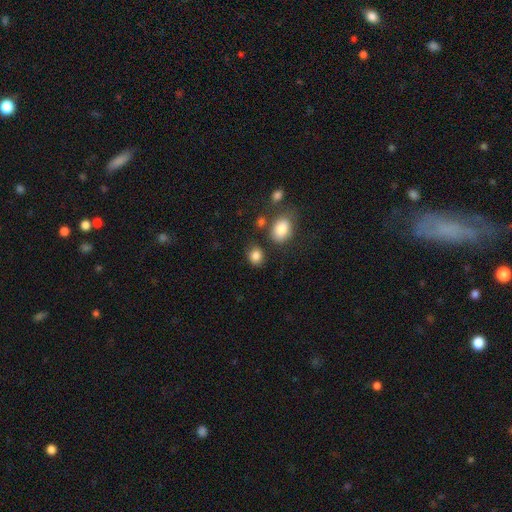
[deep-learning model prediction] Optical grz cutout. It shows a smooth galaxy with no disk features (84%) that is round (55%). Merging: none (75%).